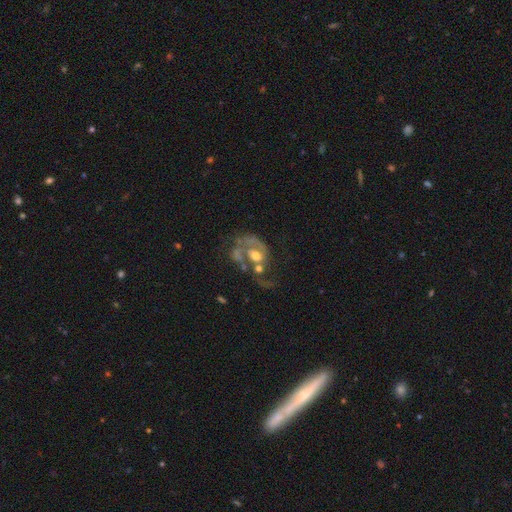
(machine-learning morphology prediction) Q: Smooth or featured?
A: featured or disk (76%); runner-up: smooth (16%)
Q: Edge-on disk?
A: no (98%); runner-up: yes (2%)
Q: Bar?
A: no (69%); runner-up: weak (24%)
Q: Spiral arms?
A: yes (72%); runner-up: no (28%)
Q: Spiral winding?
A: medium (40%); runner-up: loose (38%)
Q: Spiral arm count?
A: 1 (41%); runner-up: 2 (37%)
Q: Bulge size?
A: moderate (63%); runner-up: small (15%)
Q: Merging?
A: major disturbance (35%); runner-up: merger (31%)